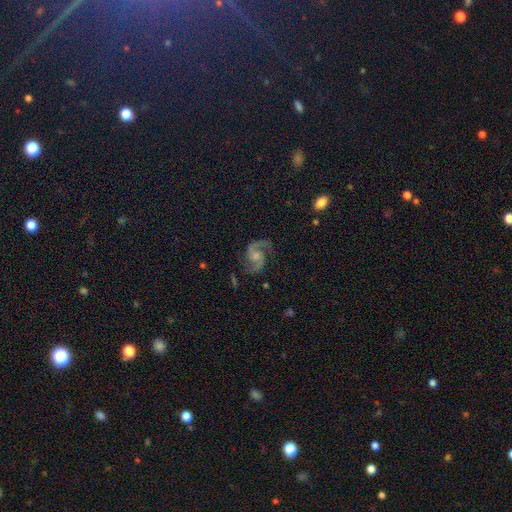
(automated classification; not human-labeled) The model was most divided on "bulge size": moderate: 38%, small: 35%, none: 19%, large: 6%, dominant: 1%. More confident: edge-on disk — no (98%); spiral arms — yes (98%); spiral arm count — 2 (94%); smooth or featured — featured or disk (91%); merging — none (78%); spiral winding — medium (62%); bar — no (60%).